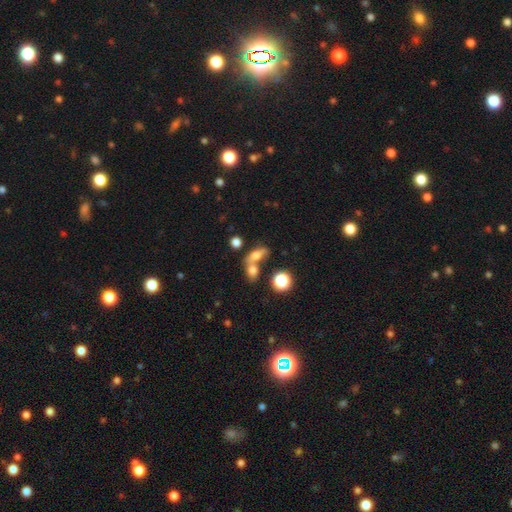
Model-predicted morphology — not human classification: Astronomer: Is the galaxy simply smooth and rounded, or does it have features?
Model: smooth — 65%.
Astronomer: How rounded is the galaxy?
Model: in between — 67%.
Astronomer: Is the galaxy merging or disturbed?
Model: merger — 48% (runner-up: none, 35%).